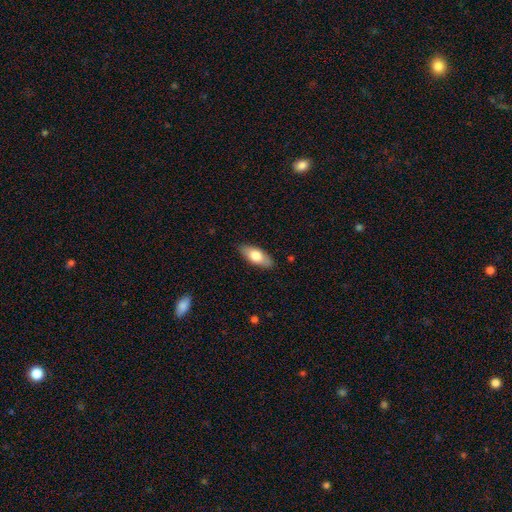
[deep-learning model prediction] smooth_or_featured: smooth (p=0.73) [alt: featured or disk p=0.21]
how_rounded: in between (p=0.82) [alt: cigar-shaped p=0.16]
merging: none (p=0.87) [alt: minor disturbance p=0.10]